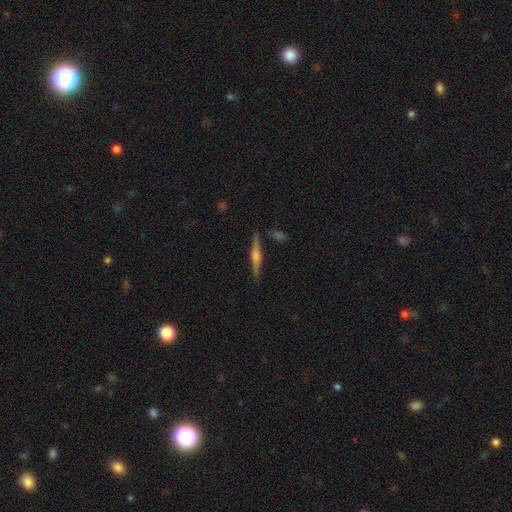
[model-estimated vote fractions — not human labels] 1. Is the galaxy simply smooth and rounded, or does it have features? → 78% featured or disk, 16% smooth, 6% star or artifact.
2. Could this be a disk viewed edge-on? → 98% yes, 2% no.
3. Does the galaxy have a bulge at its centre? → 79% rounded, 15% boxy, 6% none.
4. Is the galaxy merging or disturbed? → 89% none, 7% minor disturbance, 2% merger, 2% major disturbance.